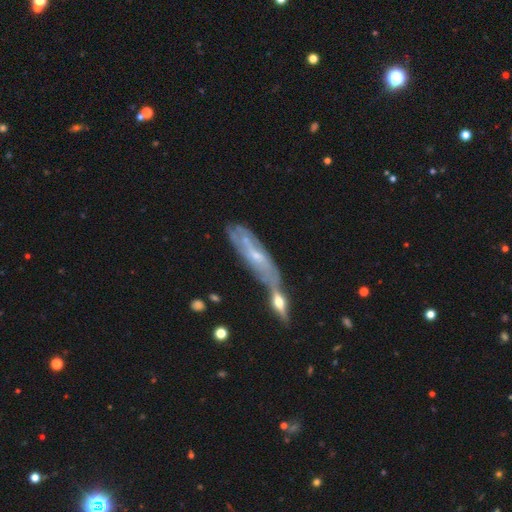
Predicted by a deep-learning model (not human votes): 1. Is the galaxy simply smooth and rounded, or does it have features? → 64% featured or disk, 25% smooth, 11% star or artifact.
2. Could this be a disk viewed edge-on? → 62% no, 38% yes.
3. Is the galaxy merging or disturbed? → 42% none, 35% merger, 15% minor disturbance, 8% major disturbance.